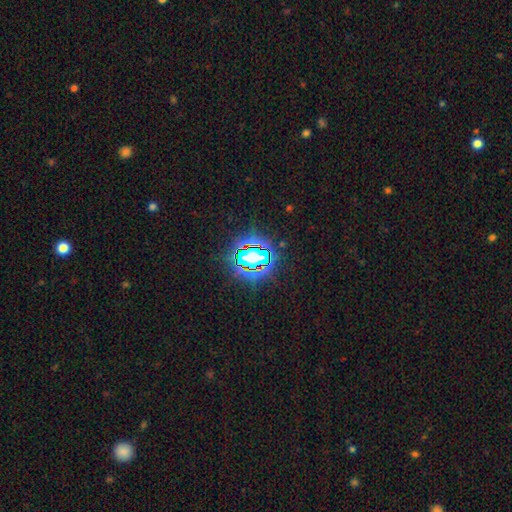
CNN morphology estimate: A star or artifact, not a galaxy (71%).

Vote fractions:
- Smooth or featured? star or artifact: 71% / smooth: 18% / featured or disk: 11%